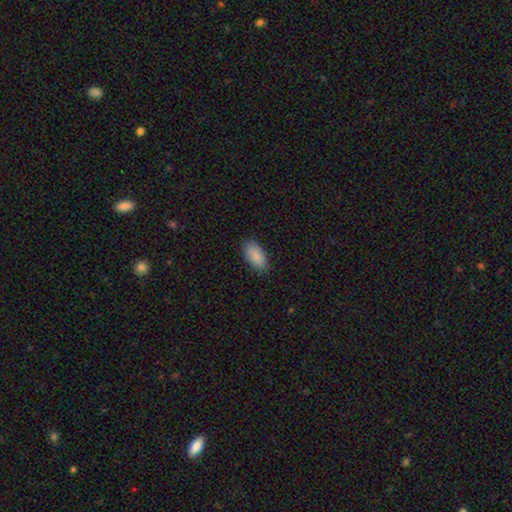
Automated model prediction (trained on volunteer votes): smooth_or_featured: smooth (p=0.89) [alt: star or artifact p=0.06]
how_rounded: in between (p=0.93) [alt: cigar-shaped p=0.05]
merging: none (p=0.85) [alt: minor disturbance p=0.12]